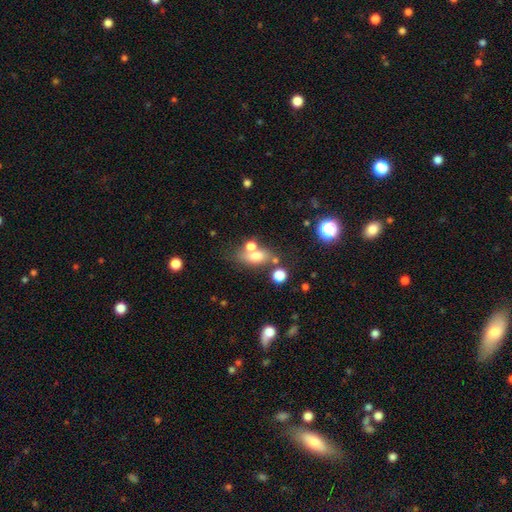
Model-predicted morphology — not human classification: Smooth or featured?
  - smooth: 67% *
  - featured or disk: 20%
  - star or artifact: 14%
How rounded?
  - in between: 73% *
  - round: 19%
  - cigar-shaped: 8%
Merging?
  - none: 51% *
  - merger: 28%
  - minor disturbance: 14%
  - major disturbance: 7%